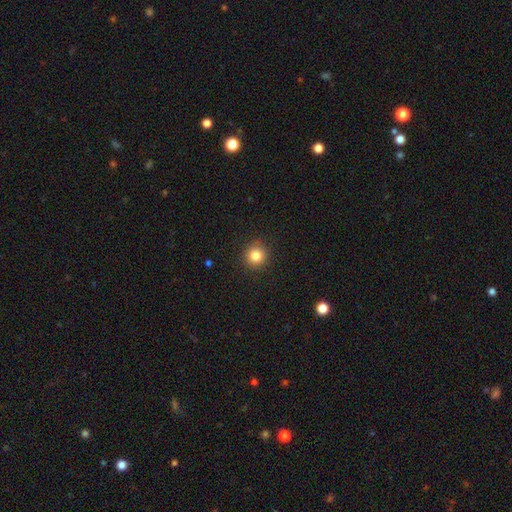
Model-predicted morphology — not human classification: smooth 84%, star or artifact 11%, featured or disk 5%. Down the decision tree: how rounded — round (94%); merging — none (91%).